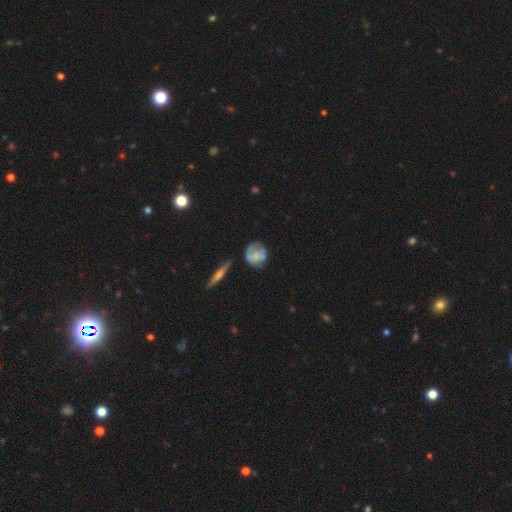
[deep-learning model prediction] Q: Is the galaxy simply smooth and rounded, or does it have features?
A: smooth — 53%.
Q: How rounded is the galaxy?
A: round — 70%.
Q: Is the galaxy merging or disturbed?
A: none — 48%.